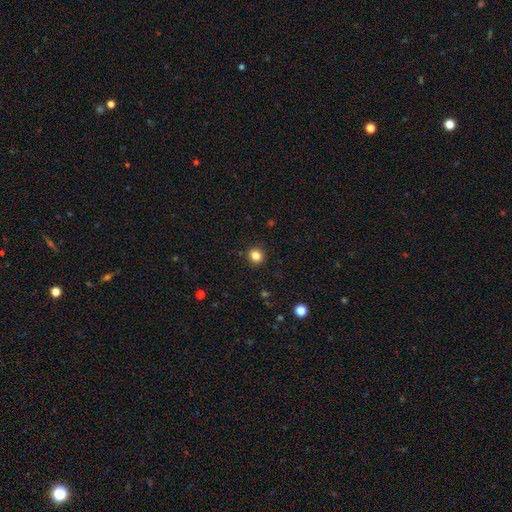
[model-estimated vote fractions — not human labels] Morphology: type=smooth (83%); roundness=round (91%); merging=none (92%).